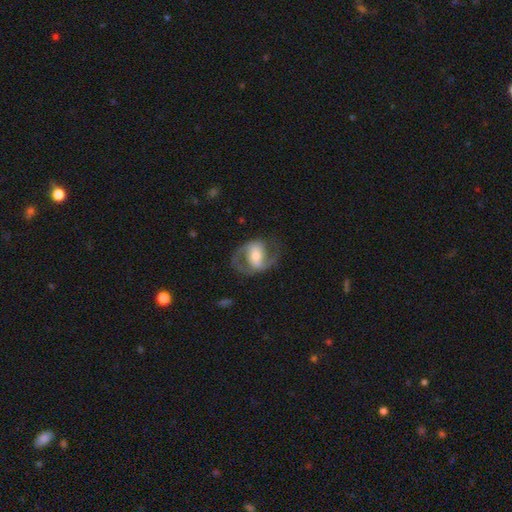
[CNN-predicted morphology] A featured or disk galaxy (79%) with a weak bar (38%), 2 (89%) medium (54%) spiral arms (89%) and a moderate central bulge (58%). Merging: none (71%).